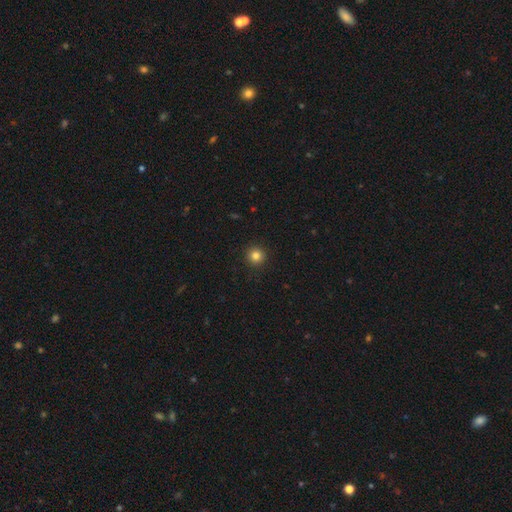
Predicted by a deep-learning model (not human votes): A smooth galaxy with no disk features (82%) that is round (95%).

Vote fractions:
- Smooth or featured? smooth: 82% / star or artifact: 12% / featured or disk: 5%
- How rounded? round: 95% / in between: 4% / cigar-shaped: 1%
- Merging? none: 93% / minor disturbance: 5% / major disturbance: 2% / merger: 1%